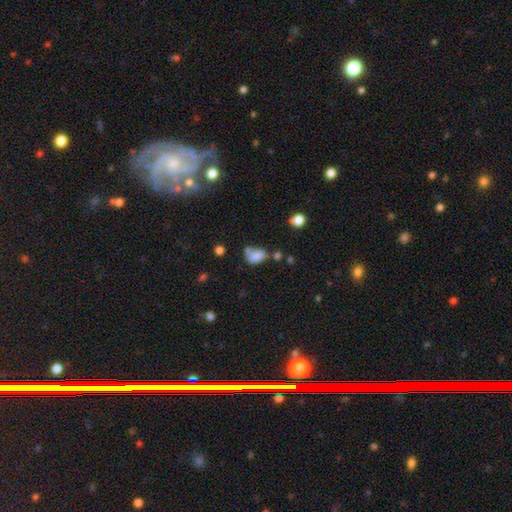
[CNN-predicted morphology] A smooth galaxy with no disk features (79%) that is in between round and cigar-shaped (78%).

Vote fractions:
- Smooth or featured? smooth: 79% / star or artifact: 11% / featured or disk: 9%
- How rounded? in between: 78% / round: 21% / cigar-shaped: 1%
- Merging? none: 39% / merger: 27% / minor disturbance: 23% / major disturbance: 11%